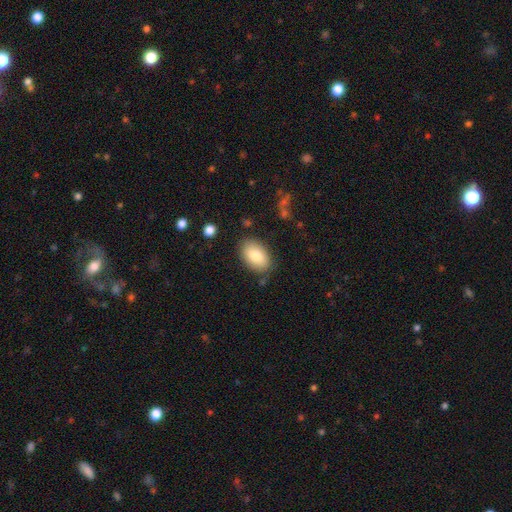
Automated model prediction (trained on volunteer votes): Morphology: type=smooth (81%); roundness=in between (90%); merging=none (81%).